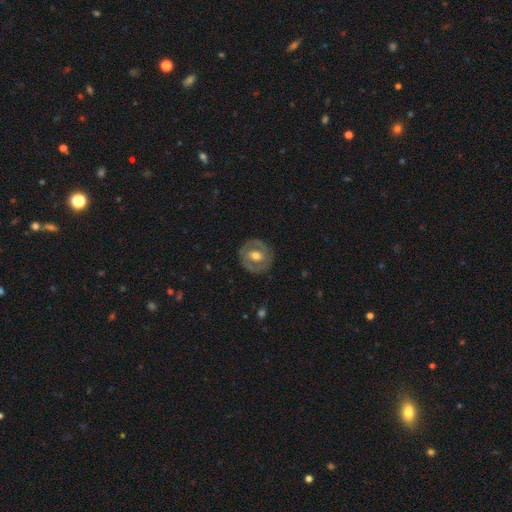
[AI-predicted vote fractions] Q: Smooth or featured?
A: featured or disk (66%); runner-up: smooth (29%)
Q: Edge-on disk?
A: no (96%); runner-up: yes (4%)
Q: Bar?
A: weak (42%); runner-up: no (38%)
Q: Spiral arms?
A: yes (57%); runner-up: no (43%)
Q: Bulge size?
A: moderate (74%); runner-up: small (14%)
Q: Merging?
A: none (83%); runner-up: minor disturbance (11%)